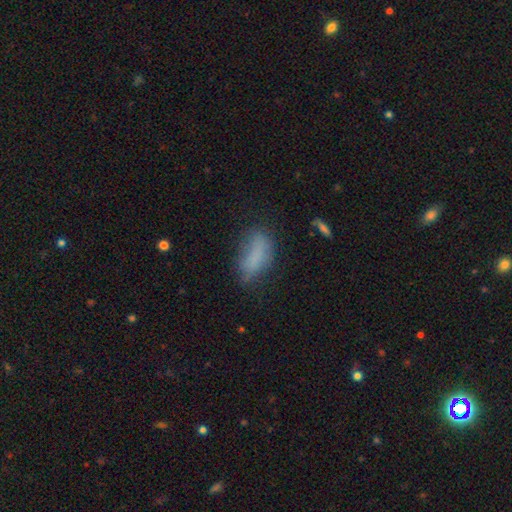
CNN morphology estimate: The model was most divided on "merging": none: 54%, minor disturbance: 30%, major disturbance: 14%, merger: 3%. More confident: how rounded — in between (81%); smooth or featured — smooth (76%).